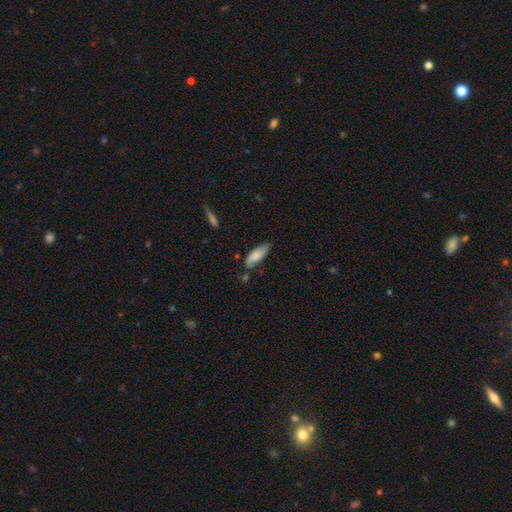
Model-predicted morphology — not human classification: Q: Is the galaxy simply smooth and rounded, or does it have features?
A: smooth — 79%.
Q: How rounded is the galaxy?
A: in between — 65%.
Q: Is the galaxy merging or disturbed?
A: none — 60%.